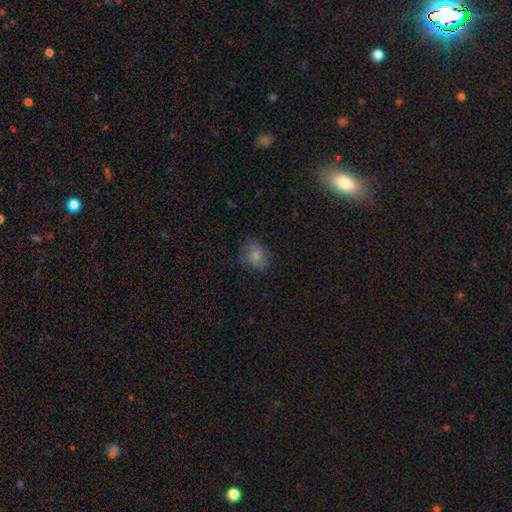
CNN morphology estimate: This appears to be a smooth galaxy with no disk features (79%) that is round (64%). Merging: none (76%).